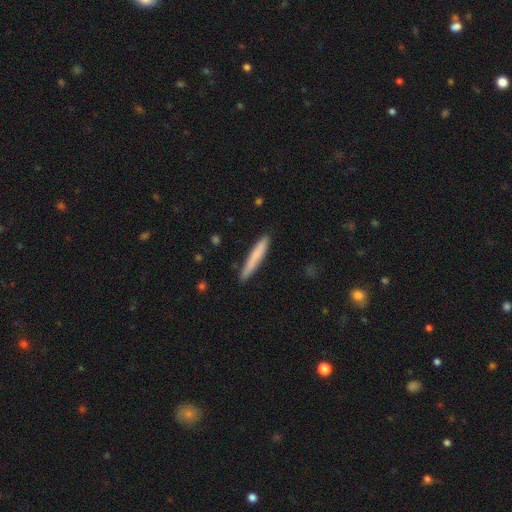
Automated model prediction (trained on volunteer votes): Q: Smooth or featured?
A: smooth (75%); runner-up: featured or disk (20%)
Q: How rounded?
A: cigar-shaped (96%); runner-up: in between (3%)
Q: Merging?
A: none (89%); runner-up: minor disturbance (9%)